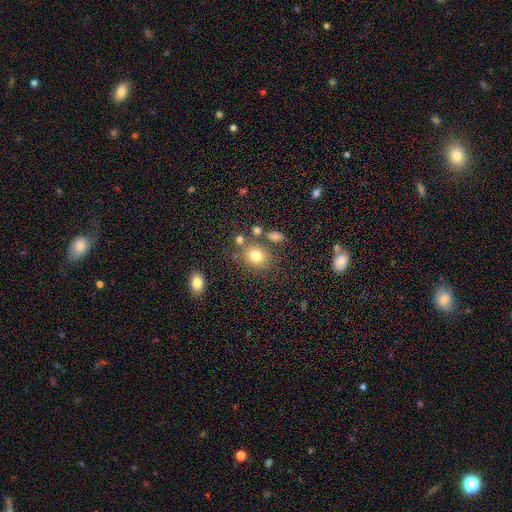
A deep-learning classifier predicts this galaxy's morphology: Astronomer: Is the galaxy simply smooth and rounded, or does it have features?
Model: smooth — 77%.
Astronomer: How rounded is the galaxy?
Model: round — 66%.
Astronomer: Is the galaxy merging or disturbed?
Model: none — 69%.